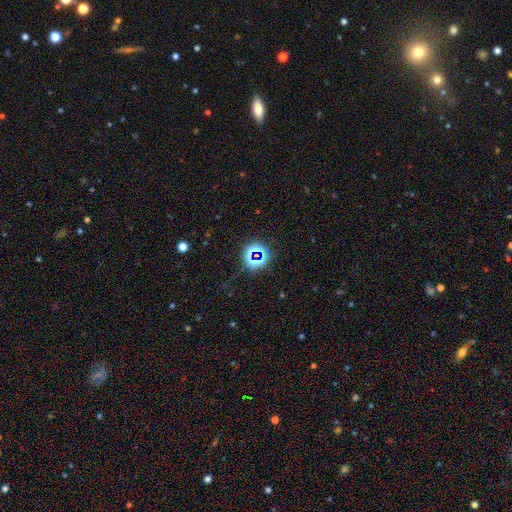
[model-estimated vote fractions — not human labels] A star or artifact, not a galaxy (71%).